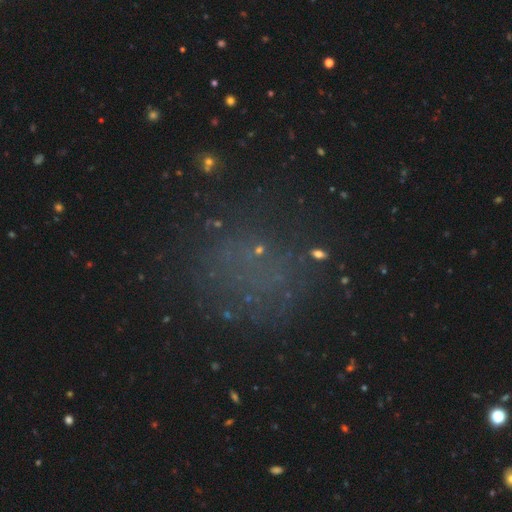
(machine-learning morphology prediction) The model was most divided on "smooth or featured": star or artifact: 43%, smooth: 36%, featured or disk: 21%.